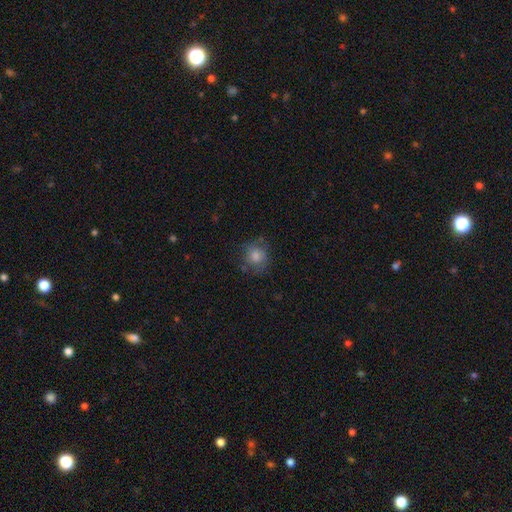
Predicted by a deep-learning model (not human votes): This appears to be a smooth galaxy with no disk features (70%) that is round (83%). Merging: none (74%).